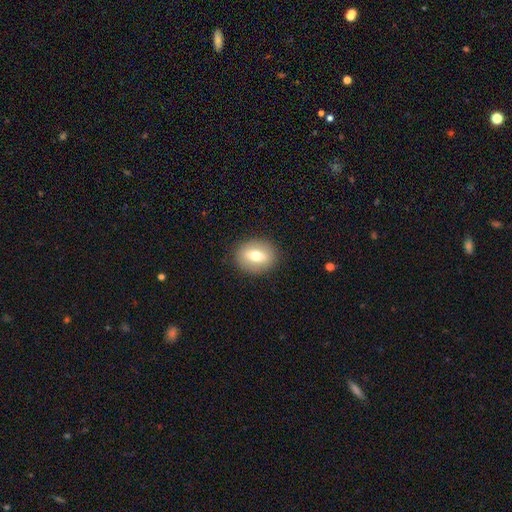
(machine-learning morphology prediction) This appears to be a smooth galaxy with no disk features (67%) that is in between round and cigar-shaped (55%). Merging: none (88%).